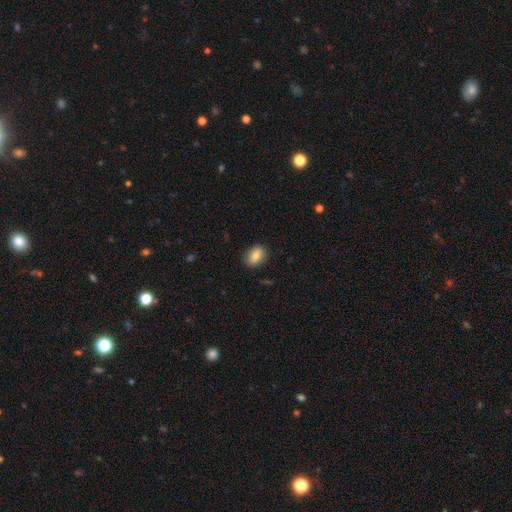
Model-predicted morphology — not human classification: This appears to be a smooth galaxy with no disk features (82%) that is in between round and cigar-shaped (79%). Merging: none (87%).